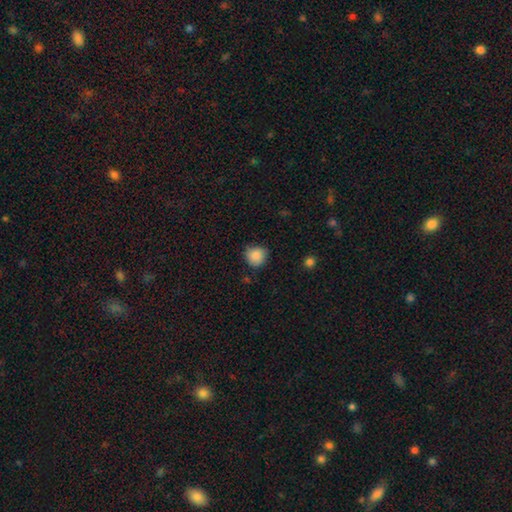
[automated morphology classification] smooth 87%, star or artifact 9%, featured or disk 4%. Down the decision tree: how rounded — round (88%); merging — none (75%).